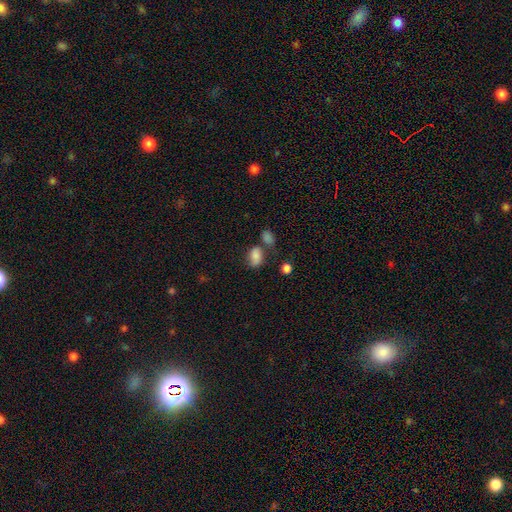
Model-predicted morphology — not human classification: Smooth or featured? Predicted: smooth (p=0.82). How rounded? Predicted: in between (p=0.86). Merging? Predicted: none (p=0.49).